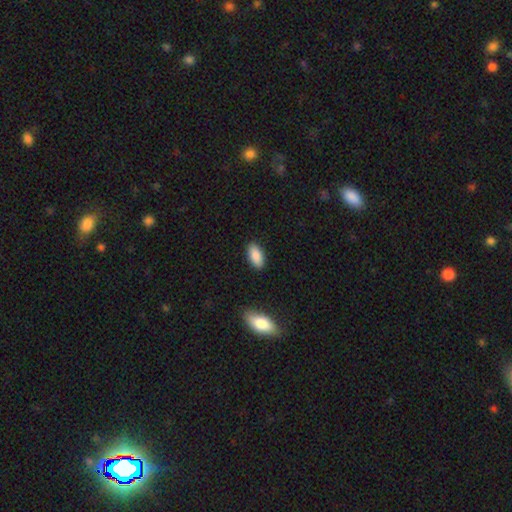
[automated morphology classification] The model was most divided on "merging": none: 88%, minor disturbance: 9%, major disturbance: 2%, merger: 2%. More confident: how rounded — in between (91%); smooth or featured — smooth (88%).